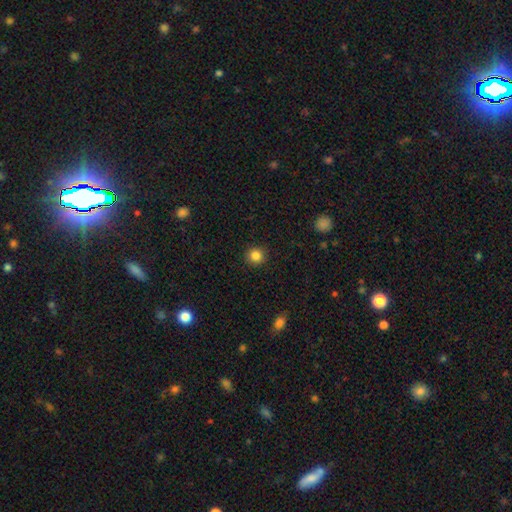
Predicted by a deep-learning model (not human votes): The model was most divided on "smooth or featured": smooth: 85%, star or artifact: 11%, featured or disk: 4%. More confident: how rounded — round (94%); merging — none (92%).